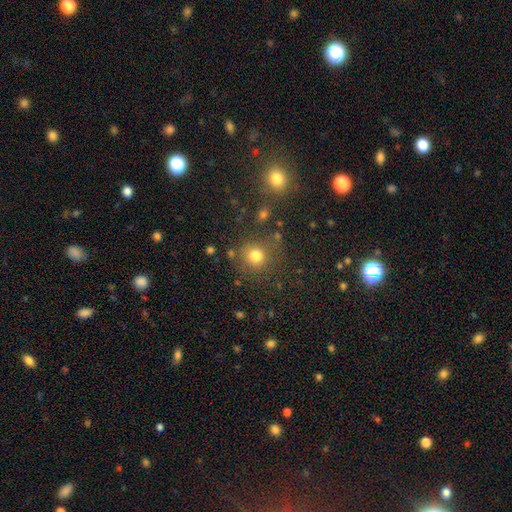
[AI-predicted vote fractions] Morphology: type=smooth (77%); roundness=round (89%); merging=none (76%).